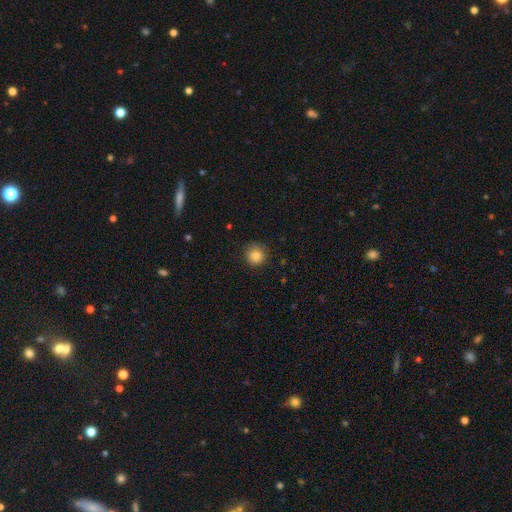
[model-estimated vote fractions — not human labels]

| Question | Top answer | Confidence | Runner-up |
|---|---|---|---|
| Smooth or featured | smooth | 84% | star or artifact (10%) |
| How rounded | round | 93% | in between (6%) |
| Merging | none | 81% | minor disturbance (15%) |